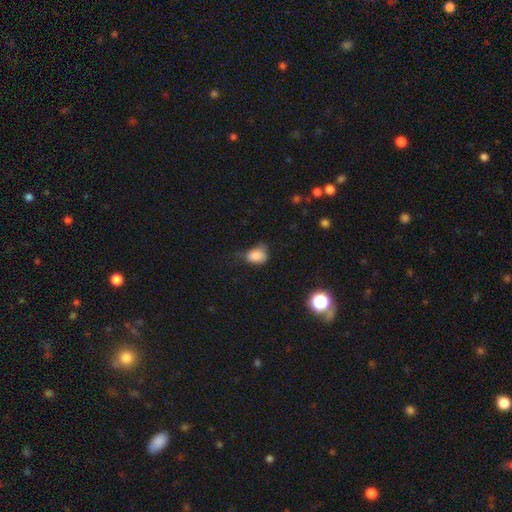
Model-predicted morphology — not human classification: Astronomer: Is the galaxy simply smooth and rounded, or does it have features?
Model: smooth — 82%.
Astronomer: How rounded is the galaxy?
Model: in between — 64%.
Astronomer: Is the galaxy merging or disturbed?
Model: minor disturbance — 41% (runner-up: none, 33%).